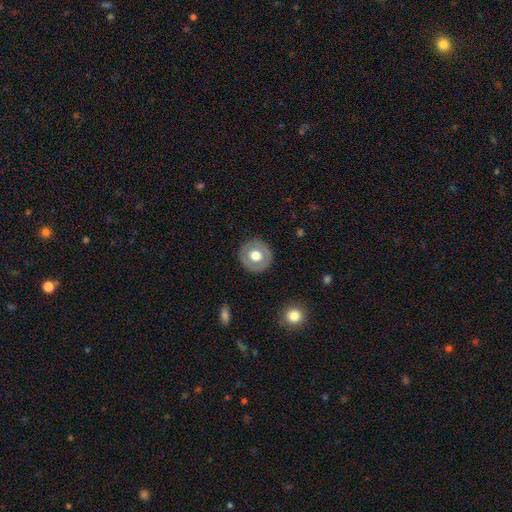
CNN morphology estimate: The model was most divided on "smooth or featured": smooth: 56%, featured or disk: 37%, star or artifact: 7%. More confident: how rounded — round (91%); merging — none (87%).